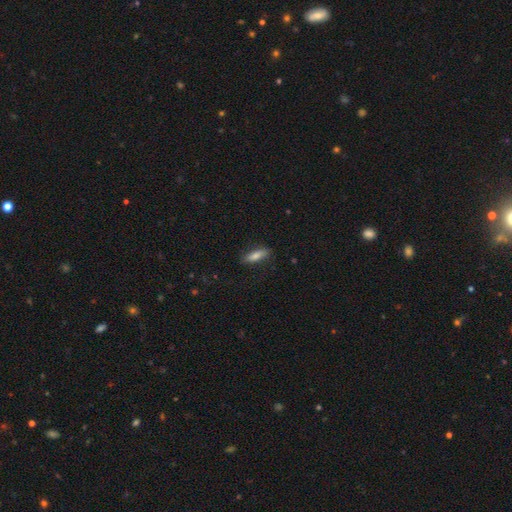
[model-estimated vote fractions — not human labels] smooth_or_featured: smooth (p=0.76) [alt: featured or disk p=0.17]
how_rounded: cigar-shaped (p=0.57) [alt: in between p=0.41]
merging: none (p=0.83) [alt: minor disturbance p=0.13]